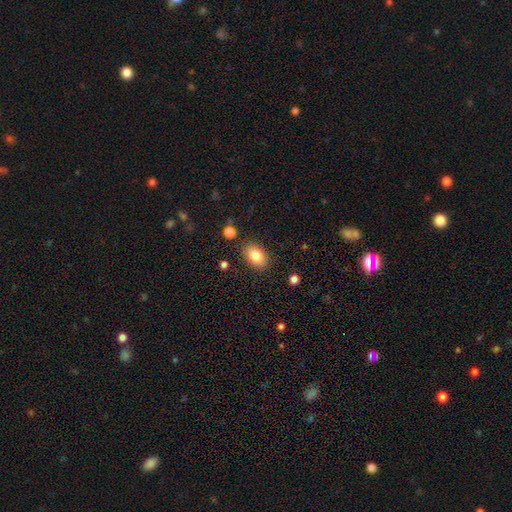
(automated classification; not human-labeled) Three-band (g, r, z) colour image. It shows a smooth galaxy with no disk features (83%) that is in between round and cigar-shaped (83%). Merging: none (85%).